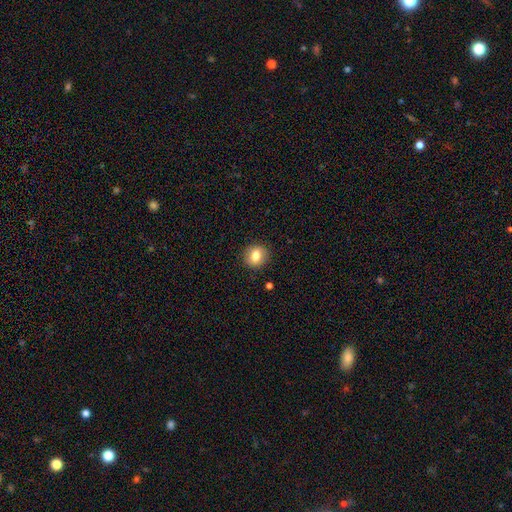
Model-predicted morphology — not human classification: Overall: smooth (80%). How rounded: round (81%). Merging: none (89%).